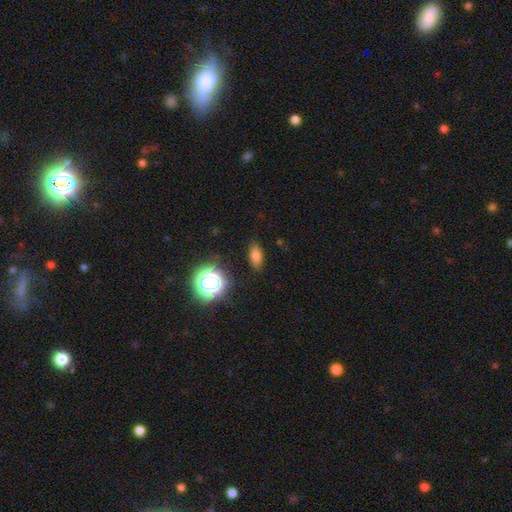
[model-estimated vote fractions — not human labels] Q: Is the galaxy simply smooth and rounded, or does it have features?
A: smooth — 74%.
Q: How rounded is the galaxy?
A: in between — 79%.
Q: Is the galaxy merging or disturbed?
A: none — 84%.